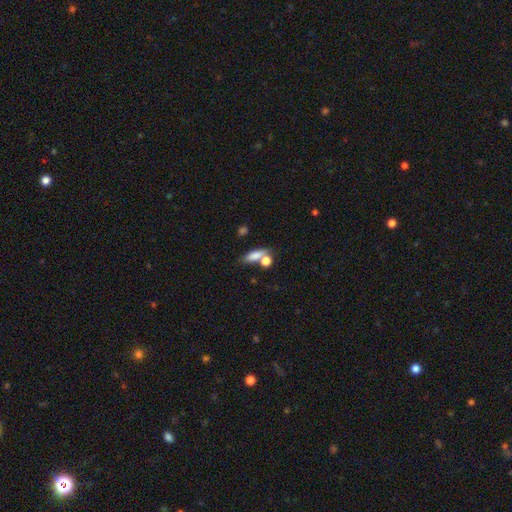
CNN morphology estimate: smooth 78%, featured or disk 12%, star or artifact 10%. Down the decision tree: how rounded — in between (61%); merging — none (48%).